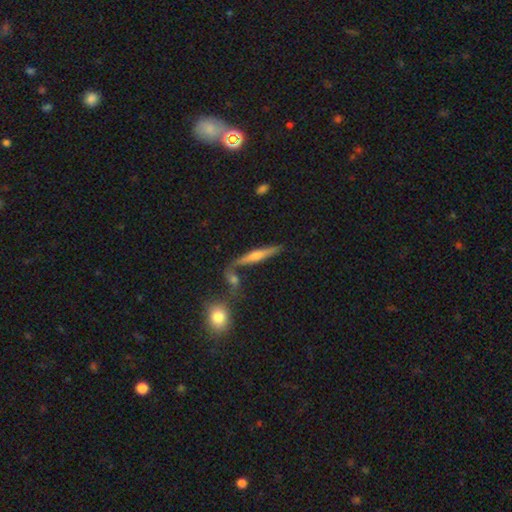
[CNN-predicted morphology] type=featured or disk (55%); edge-on=yes (92%); edge-on bulge=rounded (79%); merging=none (67%).